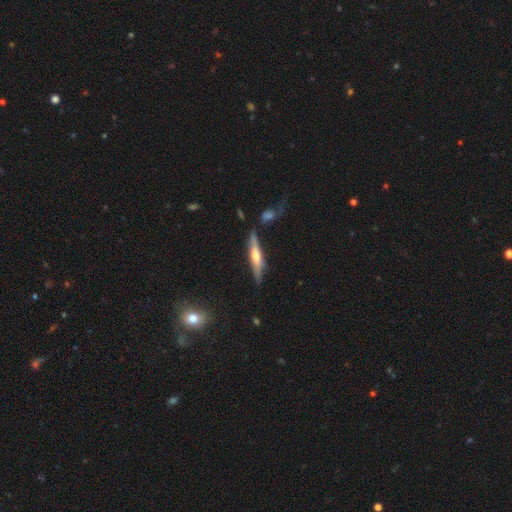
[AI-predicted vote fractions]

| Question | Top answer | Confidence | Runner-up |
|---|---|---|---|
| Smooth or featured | featured or disk | 59% | smooth (35%) |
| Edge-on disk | yes | 91% | no (9%) |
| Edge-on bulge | rounded | 80% | boxy (11%) |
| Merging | none | 71% | minor disturbance (18%) |